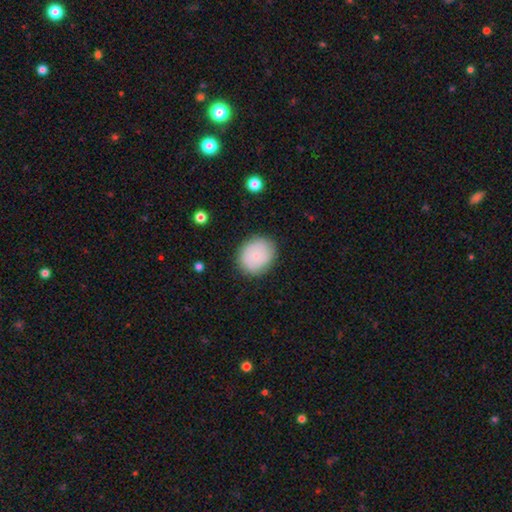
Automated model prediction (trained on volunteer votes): This appears to be a smooth galaxy with no disk features (72%) that is round (63%). Merging: none (82%).